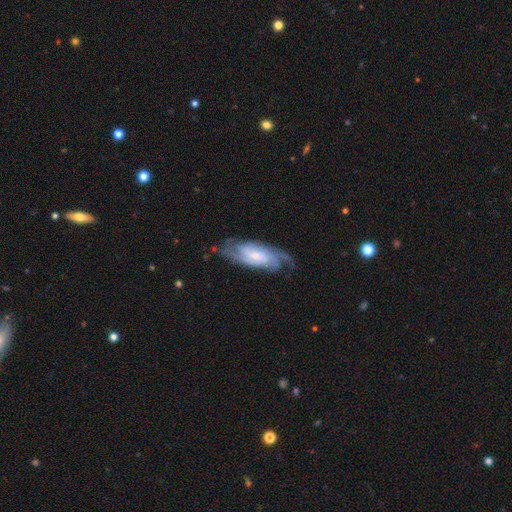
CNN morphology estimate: Smooth or featured? Predicted: featured or disk (p=0.82). Edge-on disk? Predicted: no (p=0.91). Bar? Predicted: no (p=0.59). Spiral arms? Predicted: yes (p=0.96). Spiral winding? Predicted: tight (p=0.49). Spiral arm count? Predicted: can't tell (p=0.30). Bulge size? Predicted: small (p=0.57). Merging? Predicted: none (p=0.70).